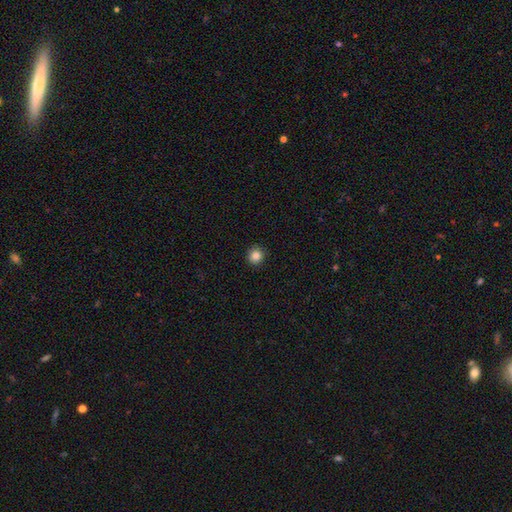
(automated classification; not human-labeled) Smooth or featured: smooth — 85% (star or artifact — 11%)
How rounded: round — 94% (in between — 5%)
Merging: none — 93% (minor disturbance — 5%)